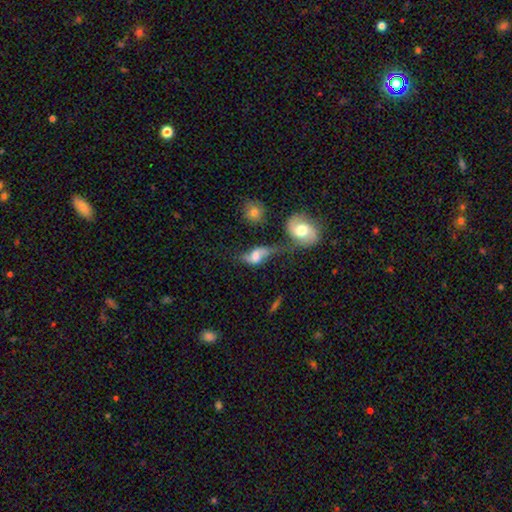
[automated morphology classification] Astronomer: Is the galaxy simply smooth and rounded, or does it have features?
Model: featured or disk — 54% (runner-up: smooth, 36%).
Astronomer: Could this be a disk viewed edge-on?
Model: no — 91%.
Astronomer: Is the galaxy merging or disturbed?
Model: merger — 35% (runner-up: none, 27%).